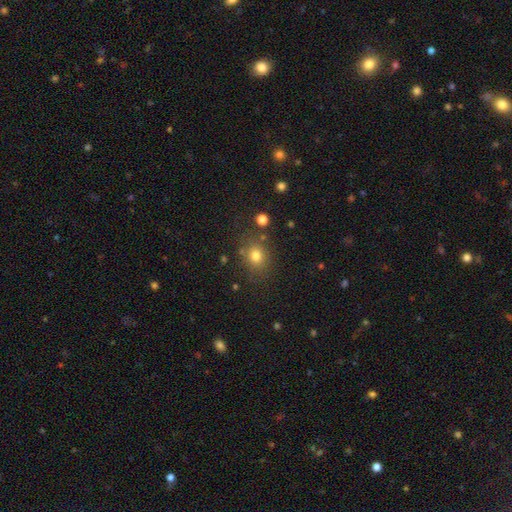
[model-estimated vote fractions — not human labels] Overall: smooth (77%). How rounded: round (70%). Merging: none (78%).